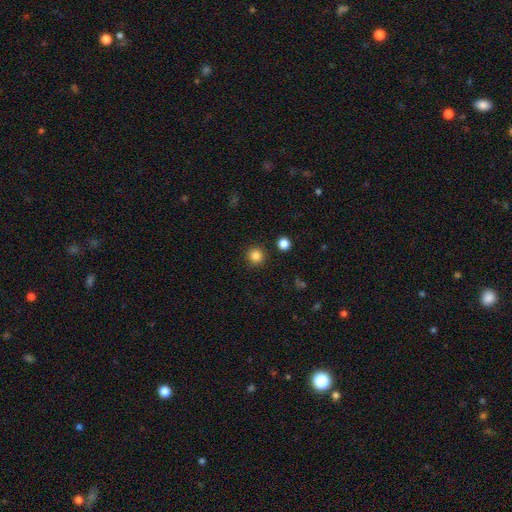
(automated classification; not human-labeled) Smooth or featured? Predicted: smooth (p=0.84). How rounded? Predicted: round (p=0.94). Merging? Predicted: none (p=0.91).